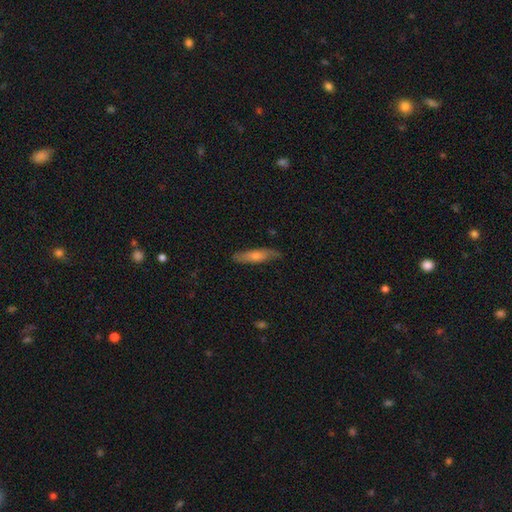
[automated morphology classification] The model was most divided on "smooth or featured": smooth: 49%, featured or disk: 44%, star or artifact: 7%. More confident: merging — none (81%).